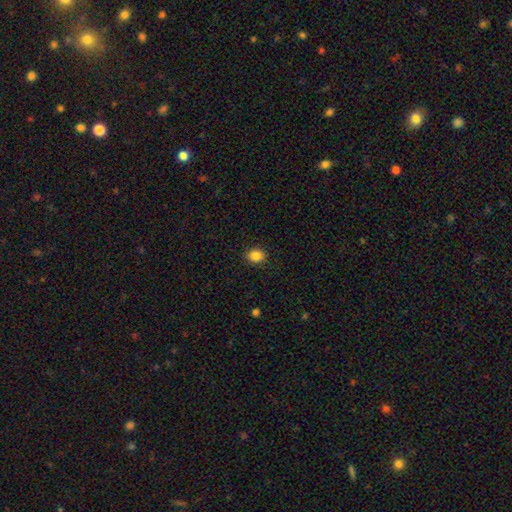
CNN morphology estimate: Q: Smooth or featured?
A: smooth (85%); runner-up: star or artifact (10%)
Q: How rounded?
A: round (61%); runner-up: in between (38%)
Q: Merging?
A: none (89%); runner-up: minor disturbance (8%)